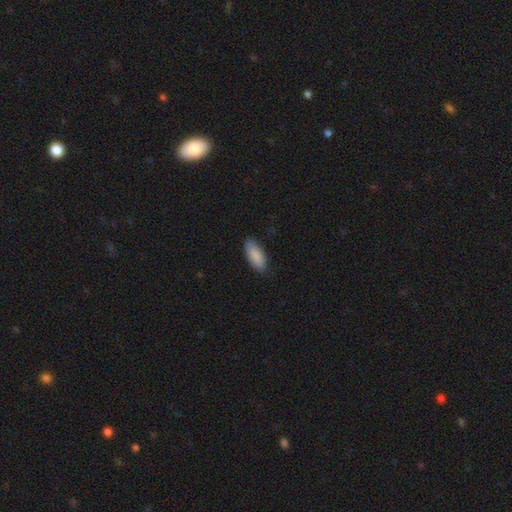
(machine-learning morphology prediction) Smooth or featured? Predicted: smooth (p=0.90). How rounded? Predicted: in between (p=0.84). Merging? Predicted: none (p=0.86).